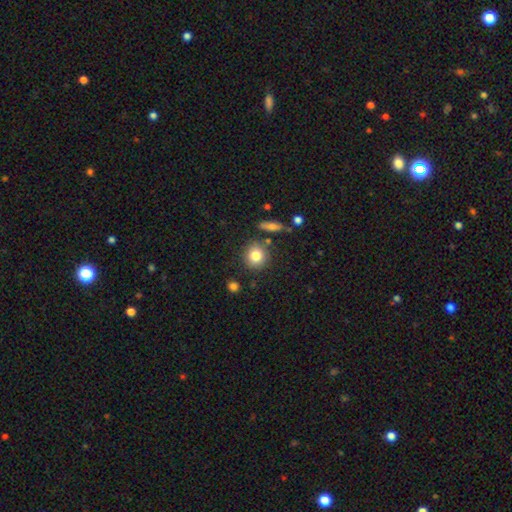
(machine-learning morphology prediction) type=smooth (82%); roundness=round (86%); merging=none (82%).